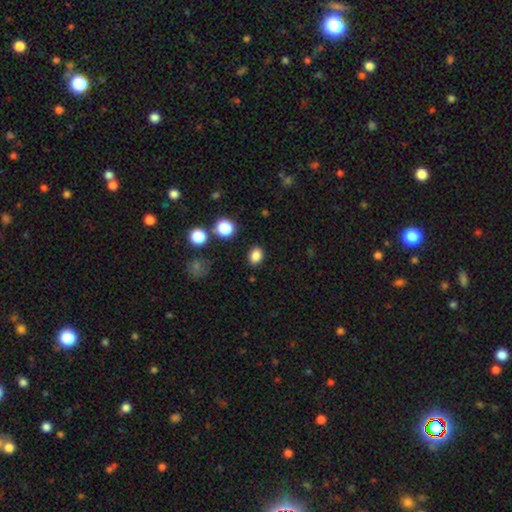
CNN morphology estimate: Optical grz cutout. It shows a smooth galaxy with no disk features (84%) that is in between round and cigar-shaped (68%). Merging: none (86%).